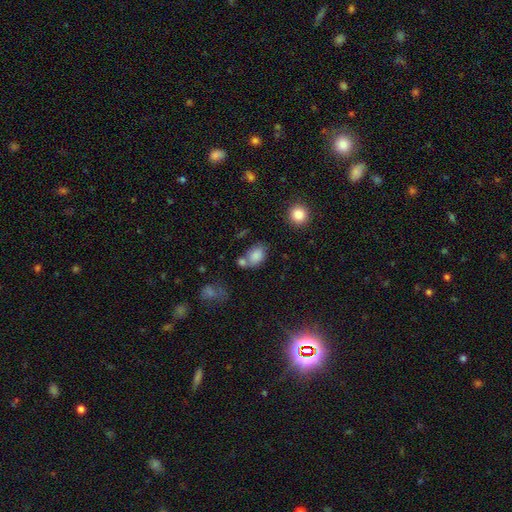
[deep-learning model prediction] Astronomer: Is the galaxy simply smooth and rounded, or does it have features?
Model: smooth — 82%.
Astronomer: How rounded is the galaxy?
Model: in between — 74%.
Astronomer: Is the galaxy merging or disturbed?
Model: none — 52%.